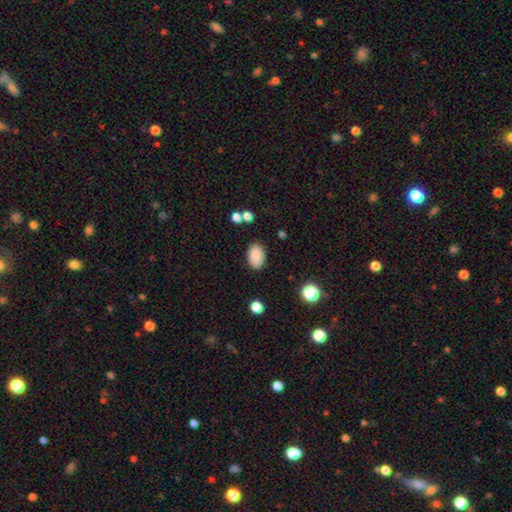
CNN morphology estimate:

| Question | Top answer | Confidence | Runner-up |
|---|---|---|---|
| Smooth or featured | smooth | 88% | star or artifact (8%) |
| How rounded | in between | 89% | round (9%) |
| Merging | none | 85% | minor disturbance (10%) |